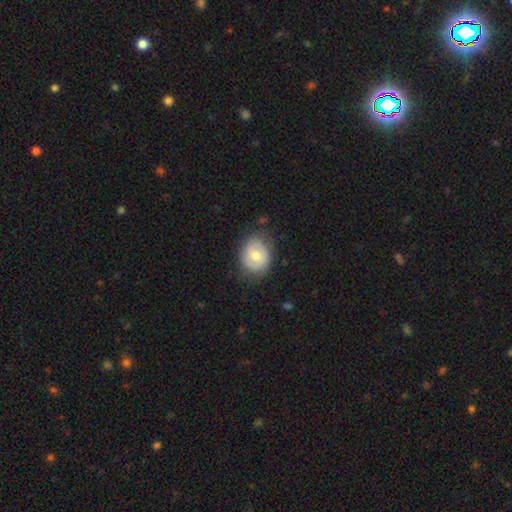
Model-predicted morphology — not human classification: Overall: smooth (54%; featured or disk 39%). How rounded: round (52%; in between 47%). Merging: none (72%).